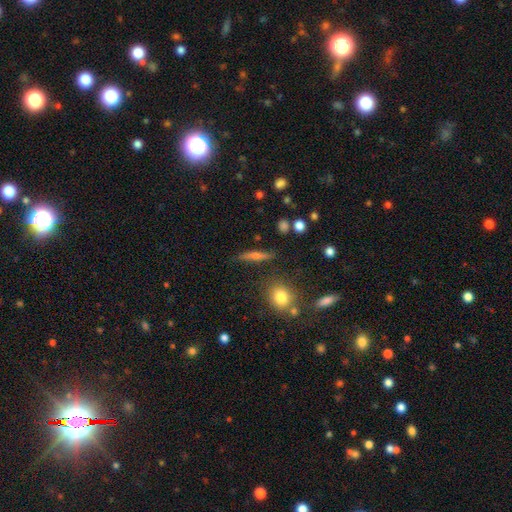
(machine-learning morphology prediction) featured or disk 45%, smooth 43%, star or artifact 12%. Down the decision tree: merging — none (83%).